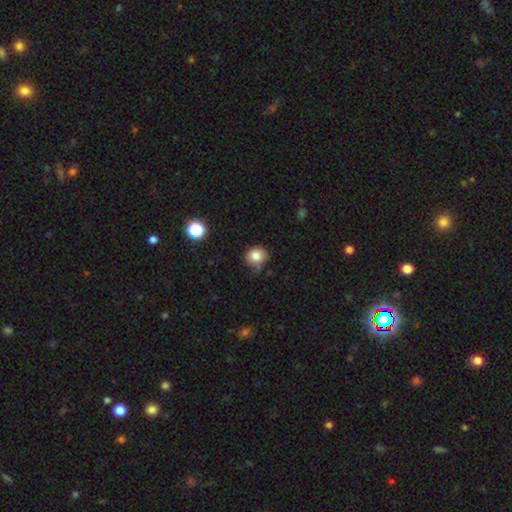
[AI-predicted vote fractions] The model was most divided on "merging": none: 64%, minor disturbance: 24%, major disturbance: 6%, merger: 6%. More confident: smooth or featured — smooth (81%); how rounded — round (71%).